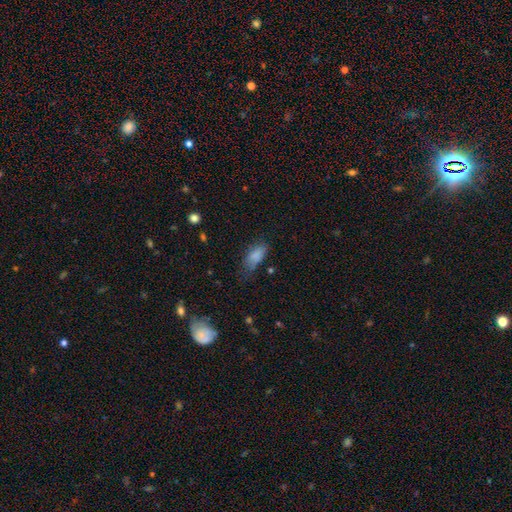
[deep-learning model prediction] Smooth or featured? Predicted: smooth (p=0.81). How rounded? Predicted: in between (p=0.84). Merging? Predicted: none (p=0.51).